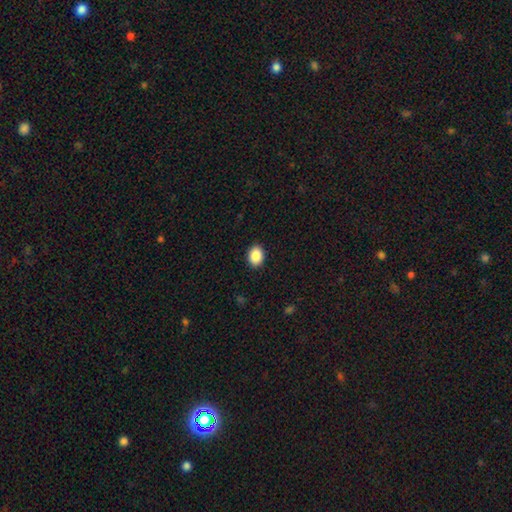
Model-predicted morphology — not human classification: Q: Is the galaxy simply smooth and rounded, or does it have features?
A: smooth — 89%.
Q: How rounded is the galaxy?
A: in between — 66%.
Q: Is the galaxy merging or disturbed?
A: none — 91%.